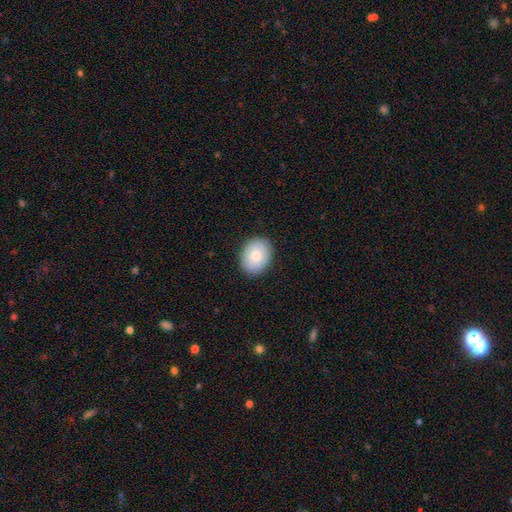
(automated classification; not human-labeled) A smooth galaxy with no disk features (81%) that is in between round and cigar-shaped (59%). Merging: none (88%).